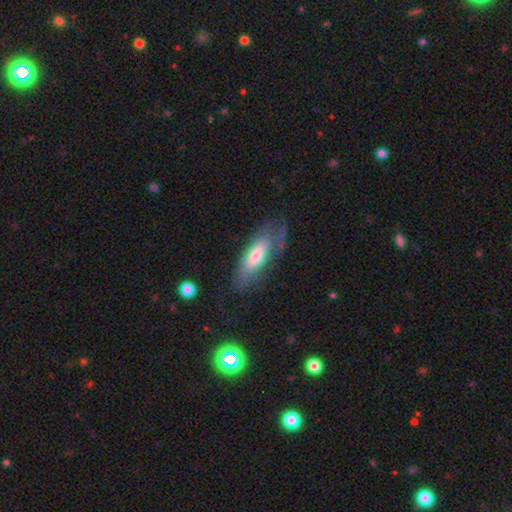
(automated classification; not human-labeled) Smooth or featured? Predicted: smooth (p=0.54). How rounded? Predicted: in between (p=0.63). Merging? Predicted: none (p=0.58).